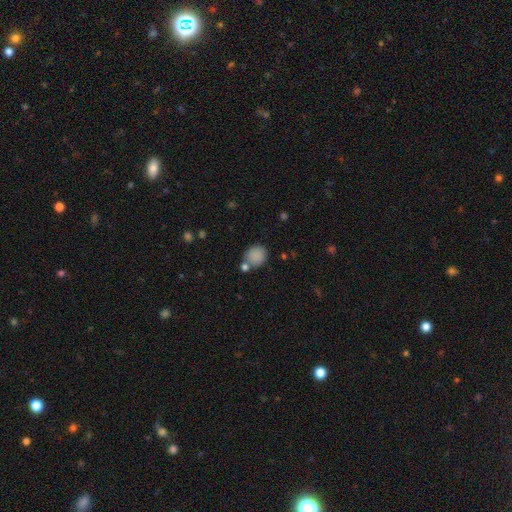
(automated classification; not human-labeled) Q: Smooth or featured?
A: smooth (86%); runner-up: star or artifact (9%)
Q: How rounded?
A: round (79%); runner-up: in between (20%)
Q: Merging?
A: none (68%); runner-up: merger (14%)